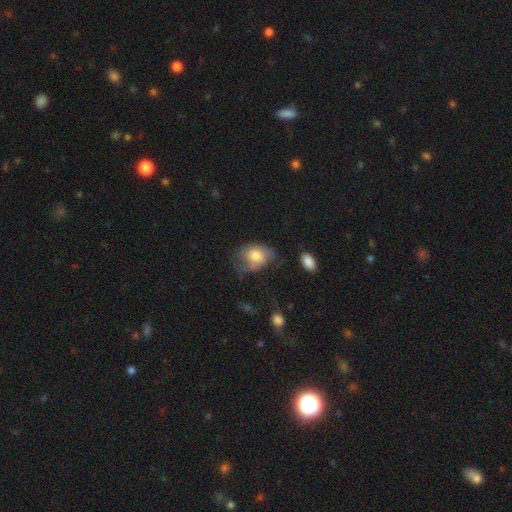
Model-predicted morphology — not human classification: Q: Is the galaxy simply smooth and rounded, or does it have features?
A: smooth — 68%.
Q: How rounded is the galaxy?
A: in between — 70%.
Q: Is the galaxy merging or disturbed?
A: none — 37%.